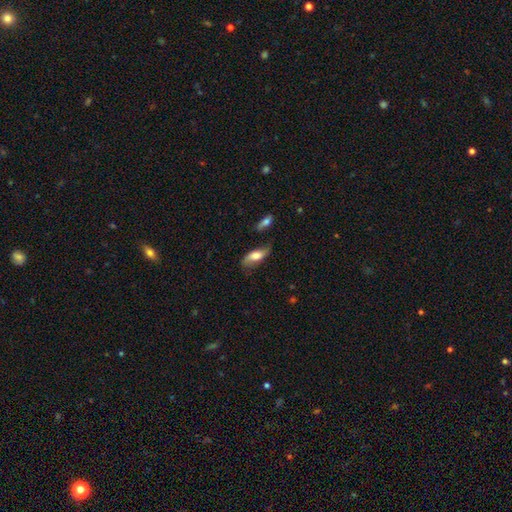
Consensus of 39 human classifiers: This is possibly a featured or disk galaxy (51%). It is likely not viewed edge-on (70%). Bar: likely no (64%). Spiral arm pattern: likely yes (71%). Spiral arm count: clearly 2 (90%). Spiral winding: likely loose (60%). Central bulge: marginally moderate (36%). Merging: possibly none (47%).